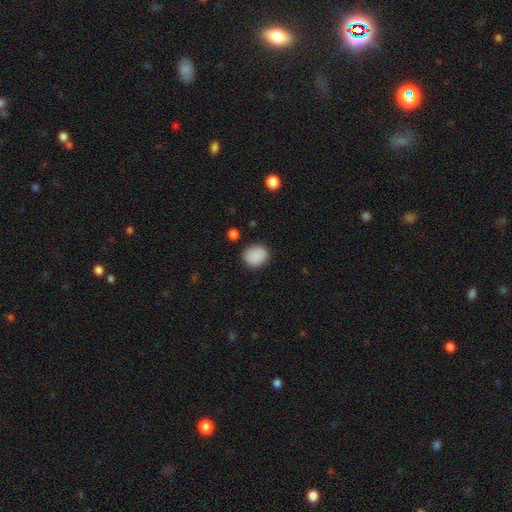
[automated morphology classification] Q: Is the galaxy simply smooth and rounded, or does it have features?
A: smooth — 89%.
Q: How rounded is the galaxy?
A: round — 61%.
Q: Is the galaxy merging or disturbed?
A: none — 86%.